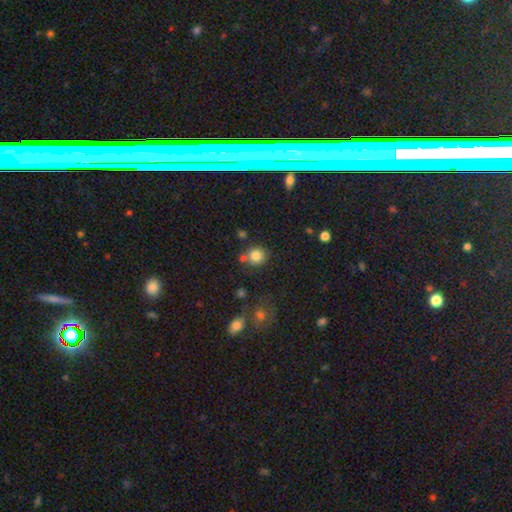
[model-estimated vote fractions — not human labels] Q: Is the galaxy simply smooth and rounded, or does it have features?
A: smooth — 82%.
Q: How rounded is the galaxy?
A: round — 88%.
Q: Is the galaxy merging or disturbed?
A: none — 73%.